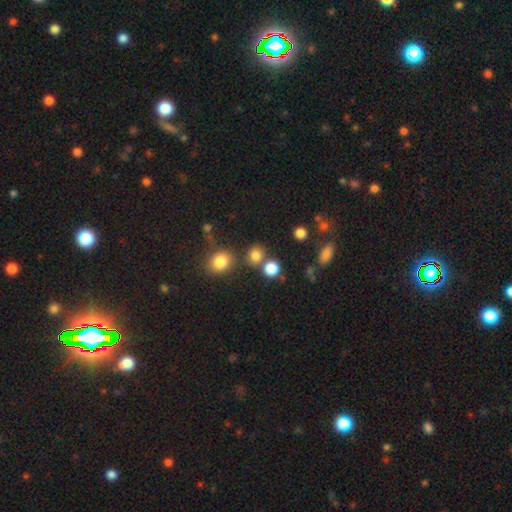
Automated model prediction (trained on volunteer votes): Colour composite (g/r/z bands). It shows a smooth galaxy with no disk features (79%) that is round (84%). Merging: none (69%).